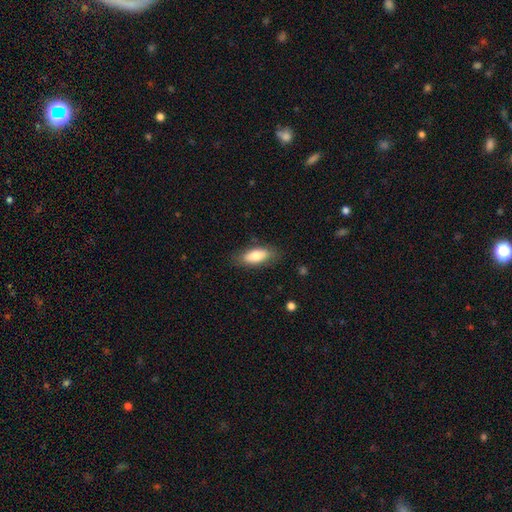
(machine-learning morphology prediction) Smooth or featured: smooth — 75% (featured or disk — 18%)
How rounded: in between — 81% (cigar-shaped — 16%)
Merging: none — 80% (minor disturbance — 15%)